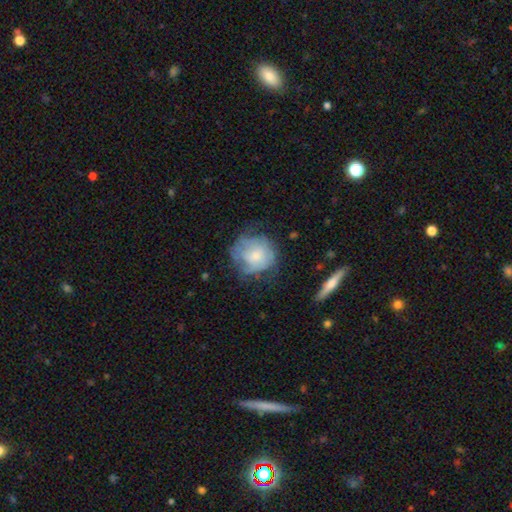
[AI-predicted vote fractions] smooth_or_featured: smooth (p=0.52) [alt: featured or disk p=0.40]
how_rounded: round (p=0.83) [alt: in between p=0.16]
merging: none (p=0.49) [alt: minor disturbance p=0.29]